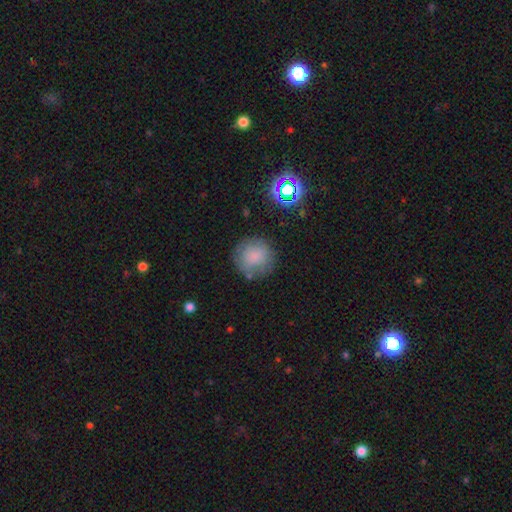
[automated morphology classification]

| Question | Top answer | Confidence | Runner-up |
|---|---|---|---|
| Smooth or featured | smooth | 78% | star or artifact (12%) |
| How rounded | round | 92% | in between (7%) |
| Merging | none | 75% | minor disturbance (16%) |